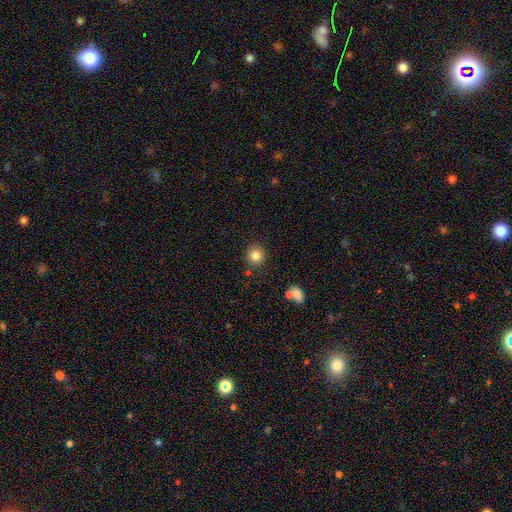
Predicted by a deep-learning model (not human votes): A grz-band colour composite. It shows a smooth galaxy with no disk features (85%) that is round (91%). Merging: none (84%).